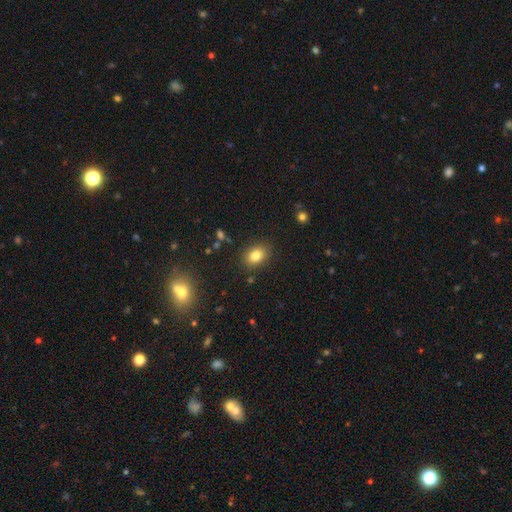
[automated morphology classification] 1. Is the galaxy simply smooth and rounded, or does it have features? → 82% smooth, 11% star or artifact, 7% featured or disk.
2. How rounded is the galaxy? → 69% in between, 30% round, 1% cigar-shaped.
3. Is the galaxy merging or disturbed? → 86% none, 10% minor disturbance, 3% major disturbance, 2% merger.